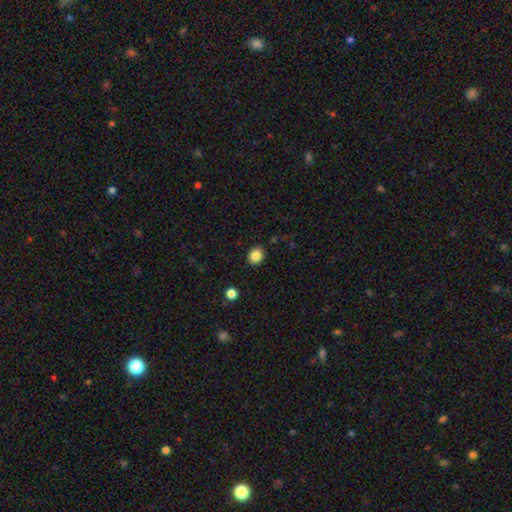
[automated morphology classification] This is clearly a smooth galaxy (84%). How rounded: likely round (66%). Merging: clearly none (87%).